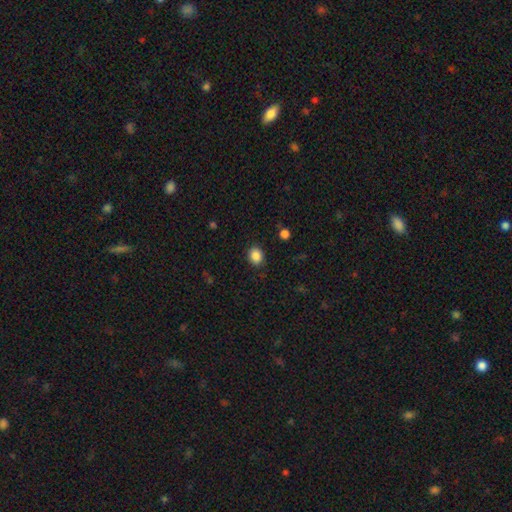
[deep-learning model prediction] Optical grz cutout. It shows a smooth galaxy with no disk features (87%) that is round (54%). Merging: none (87%).